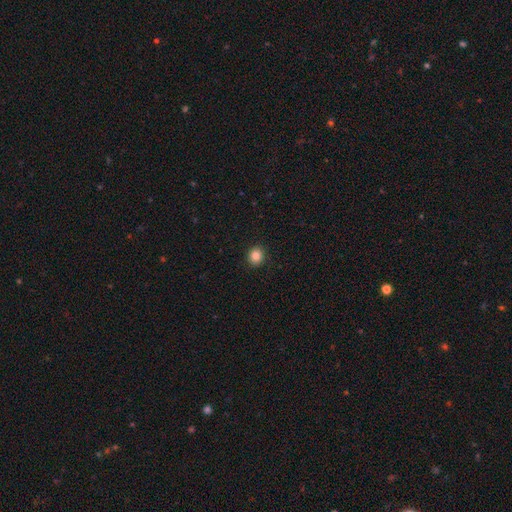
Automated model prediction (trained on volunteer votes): smooth_or_featured: smooth (p=0.85) [alt: star or artifact p=0.10]
how_rounded: round (p=0.80) [alt: in between p=0.19]
merging: none (p=0.92) [alt: minor disturbance p=0.05]